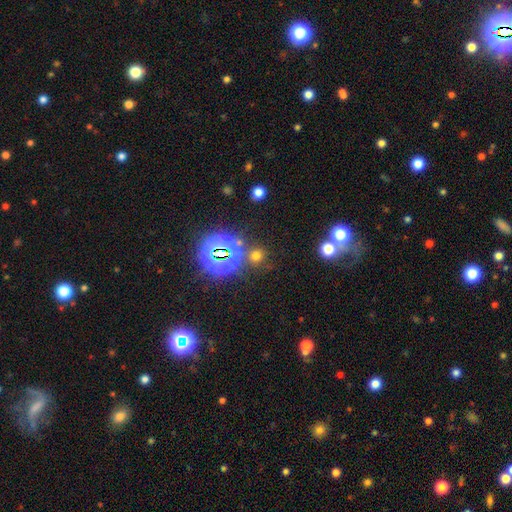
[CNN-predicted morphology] This appears to be a smooth galaxy with no disk features (55%) that is round (85%). Merging: none (78%).